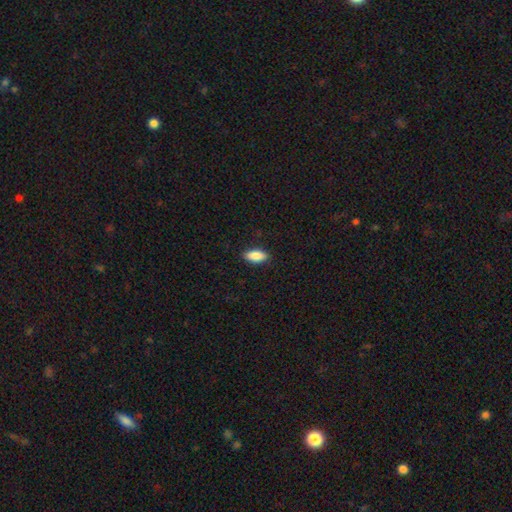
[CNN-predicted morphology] Q: Smooth or featured?
A: smooth (88%); runner-up: star or artifact (7%)
Q: How rounded?
A: in between (86%); runner-up: cigar-shaped (11%)
Q: Merging?
A: none (88%); runner-up: minor disturbance (9%)